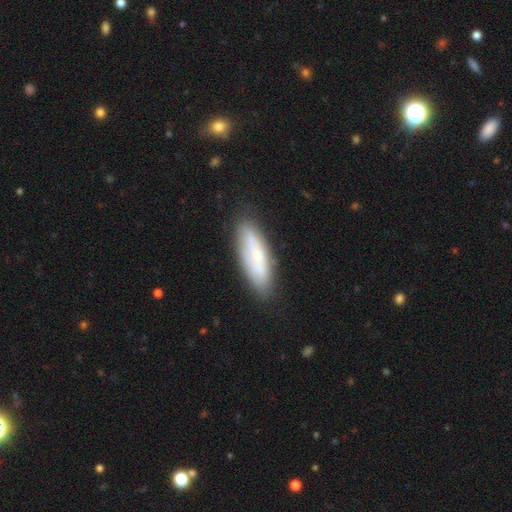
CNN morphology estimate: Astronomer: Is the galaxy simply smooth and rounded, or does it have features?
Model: smooth — 61%.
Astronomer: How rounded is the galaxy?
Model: cigar-shaped — 52% (runner-up: in between, 46%).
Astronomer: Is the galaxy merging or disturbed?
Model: none — 80%.